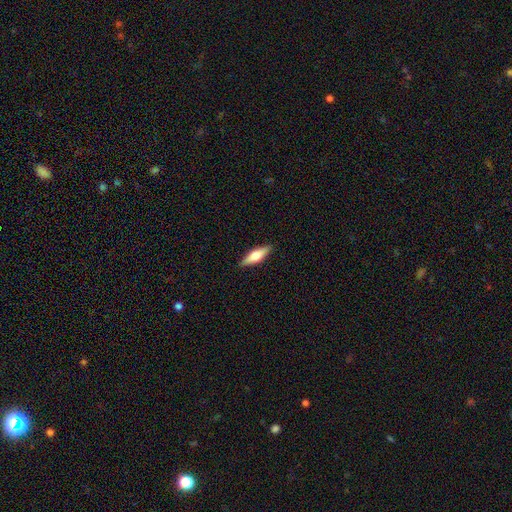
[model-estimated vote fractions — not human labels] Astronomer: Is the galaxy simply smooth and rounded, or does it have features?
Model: smooth — 55% (runner-up: featured or disk, 39%).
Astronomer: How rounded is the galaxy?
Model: cigar-shaped — 52% (runner-up: in between, 46%).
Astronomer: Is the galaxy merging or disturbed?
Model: none — 89%.